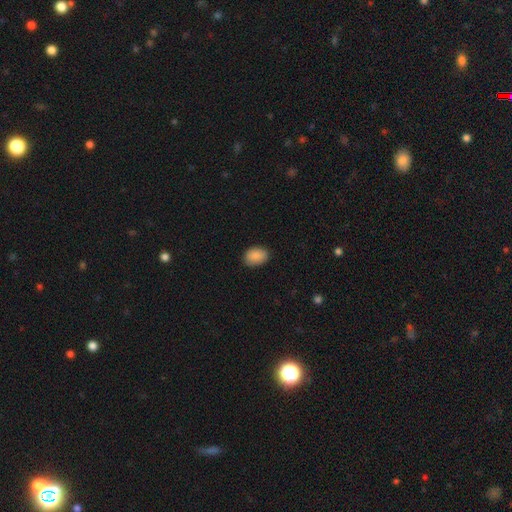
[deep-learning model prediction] Q: Smooth or featured?
A: smooth (90%); runner-up: star or artifact (7%)
Q: How rounded?
A: in between (80%); runner-up: round (19%)
Q: Merging?
A: none (85%); runner-up: minor disturbance (12%)